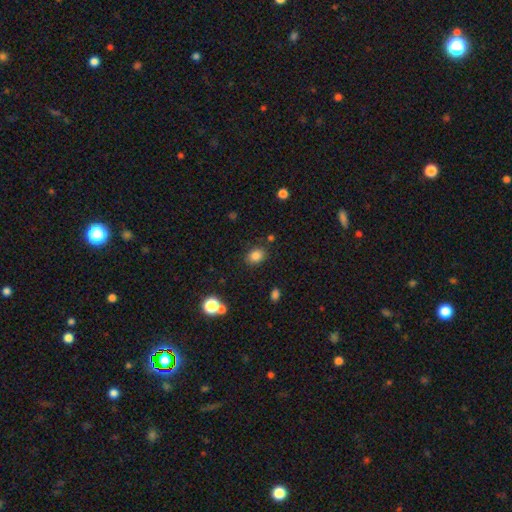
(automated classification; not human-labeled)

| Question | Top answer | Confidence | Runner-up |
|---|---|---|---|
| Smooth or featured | smooth | 83% | star or artifact (12%) |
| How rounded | in between | 57% | round (42%) |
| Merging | none | 82% | minor disturbance (11%) |